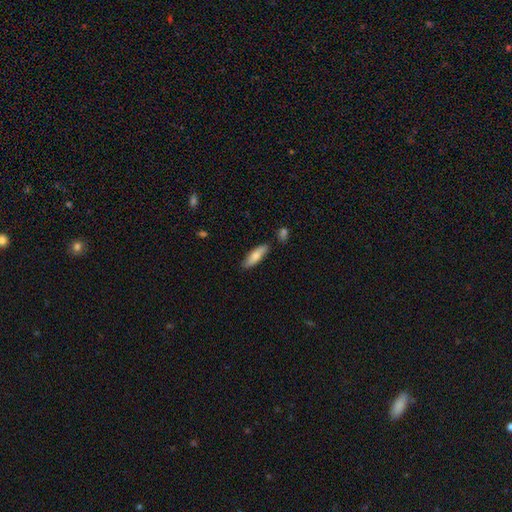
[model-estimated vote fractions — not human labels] Smooth or featured? smooth (75%)
How rounded? cigar-shaped (56%)
Merging? none (81%)